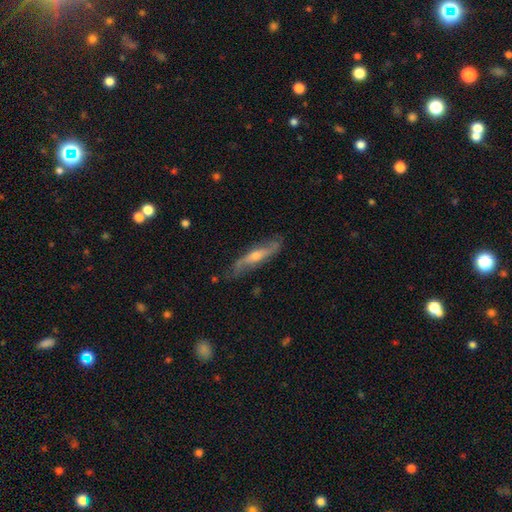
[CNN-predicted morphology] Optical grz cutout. It shows a featured or disk galaxy (68%) viewed edge-on (52%). Merging: none (73%).